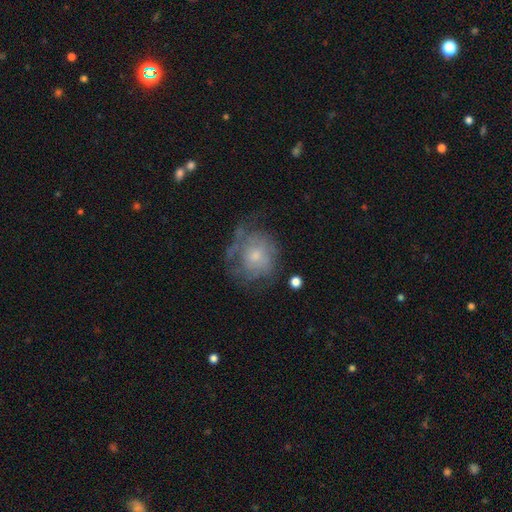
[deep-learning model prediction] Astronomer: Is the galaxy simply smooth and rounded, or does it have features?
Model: featured or disk — 51% (runner-up: smooth, 40%).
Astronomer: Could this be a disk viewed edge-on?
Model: no — 97%.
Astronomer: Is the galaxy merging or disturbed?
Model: none — 48% (runner-up: minor disturbance, 26%).